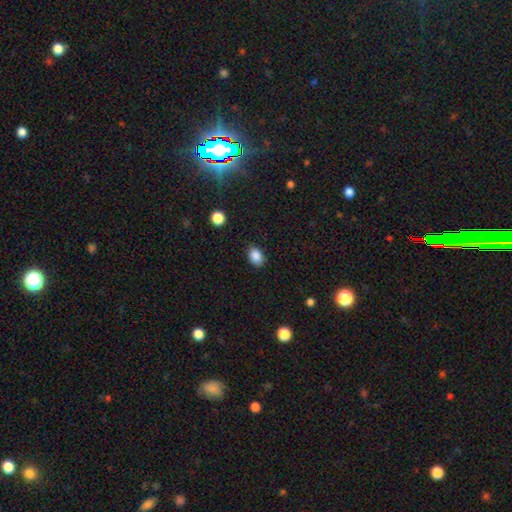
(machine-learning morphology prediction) Smooth or featured: smooth — 88% (star or artifact — 9%)
How rounded: in between — 81% (round — 18%)
Merging: none — 87% (minor disturbance — 10%)